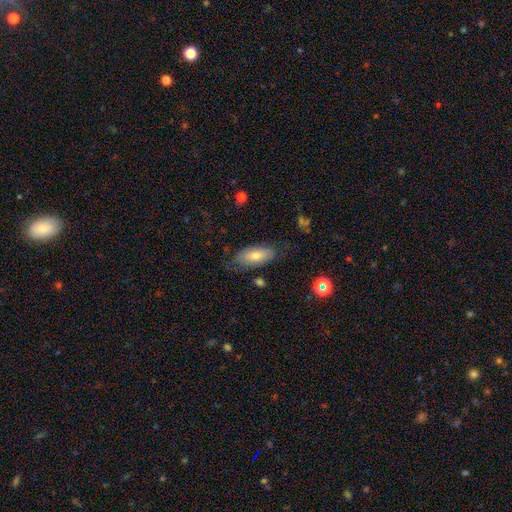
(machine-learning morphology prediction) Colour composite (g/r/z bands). It shows a smooth galaxy with no disk features (67%) that is in between round and cigar-shaped (86%). Merging: none (67%).